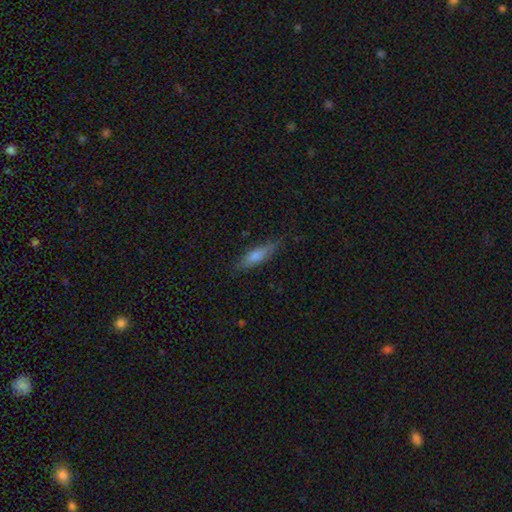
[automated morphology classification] smooth_or_featured: smooth (p=0.66) [alt: featured or disk p=0.27]
how_rounded: cigar-shaped (p=0.72) [alt: in between p=0.26]
merging: none (p=0.82) [alt: minor disturbance p=0.14]